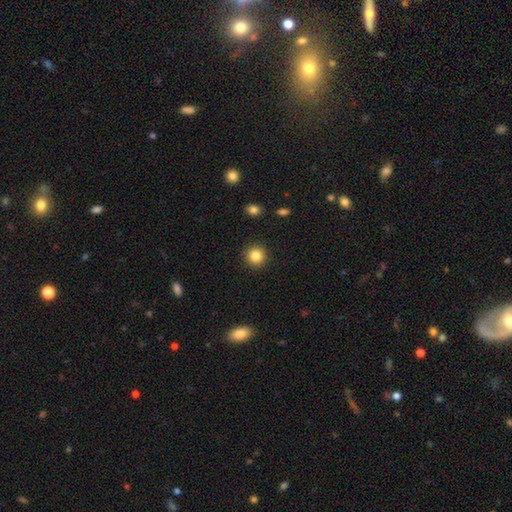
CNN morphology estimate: smooth 85%, star or artifact 10%, featured or disk 5%. Down the decision tree: how rounded — round (94%); merging — none (92%).